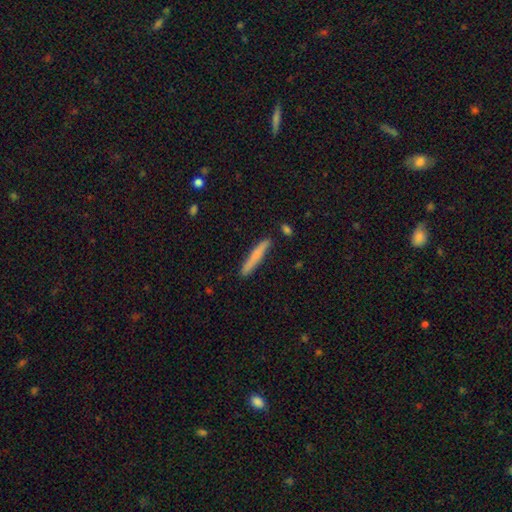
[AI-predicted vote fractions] smooth 72%, featured or disk 22%, star or artifact 6%. Down the decision tree: how rounded — cigar-shaped (95%); merging — none (87%).